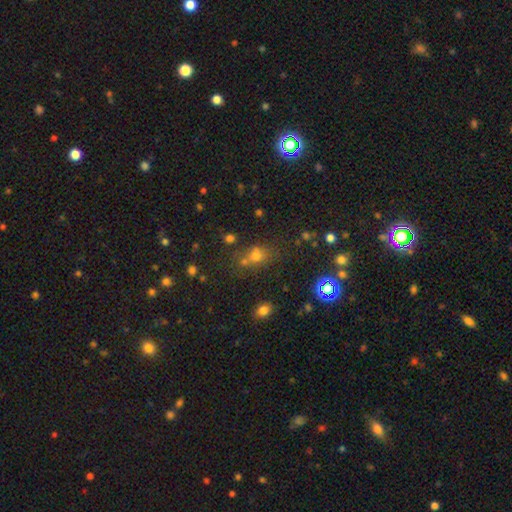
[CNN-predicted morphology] A smooth galaxy with no disk features (55%) that is round (62%). Merging: none (55%).